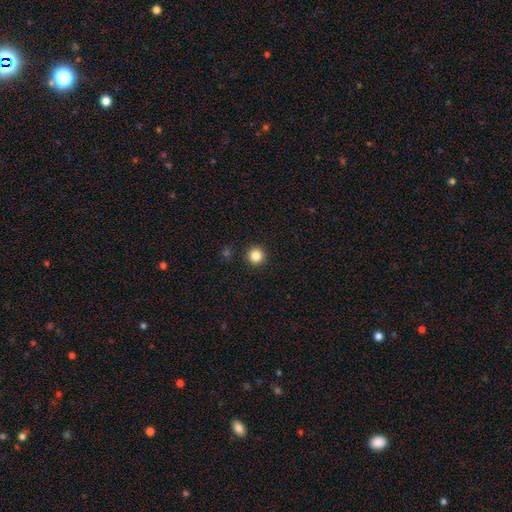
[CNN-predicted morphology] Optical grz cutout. It shows a smooth galaxy with no disk features (84%) that is round (96%). Merging: none (93%).